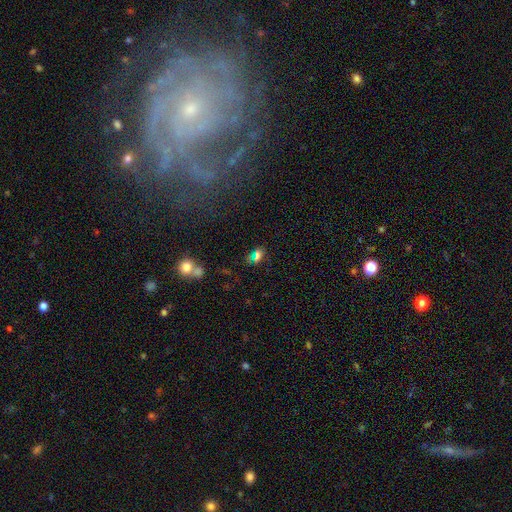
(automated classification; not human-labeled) This is likely a smooth galaxy (65%). How rounded: likely in between (78%). Merging: possibly none (60%).